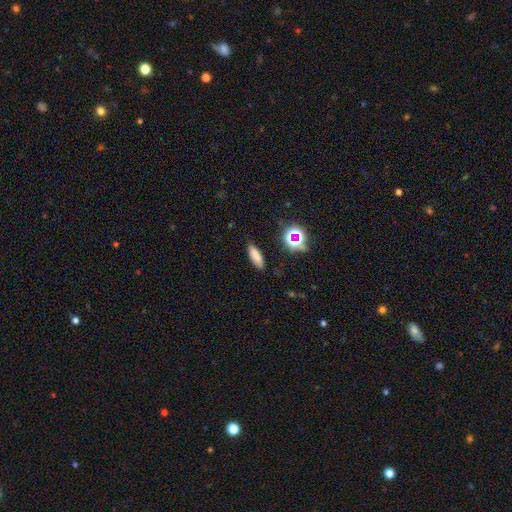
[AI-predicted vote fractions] smooth_or_featured: smooth (p=0.76) [alt: star or artifact p=0.15]
how_rounded: in between (p=0.51) [alt: cigar-shaped p=0.45]
merging: none (p=0.84) [alt: minor disturbance p=0.12]